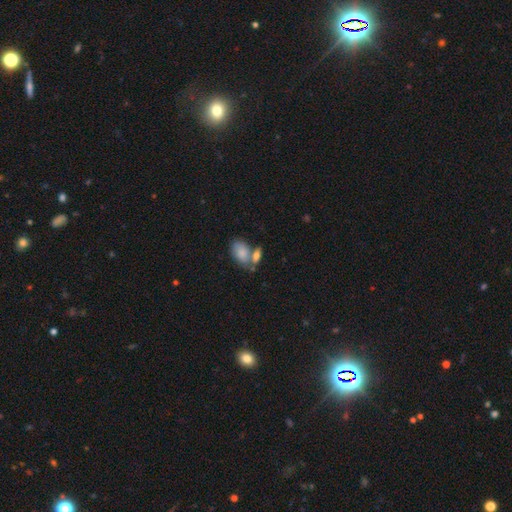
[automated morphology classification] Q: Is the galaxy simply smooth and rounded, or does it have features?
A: smooth — 78%.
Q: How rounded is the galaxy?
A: in between — 88%.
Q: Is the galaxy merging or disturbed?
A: merger — 45%.